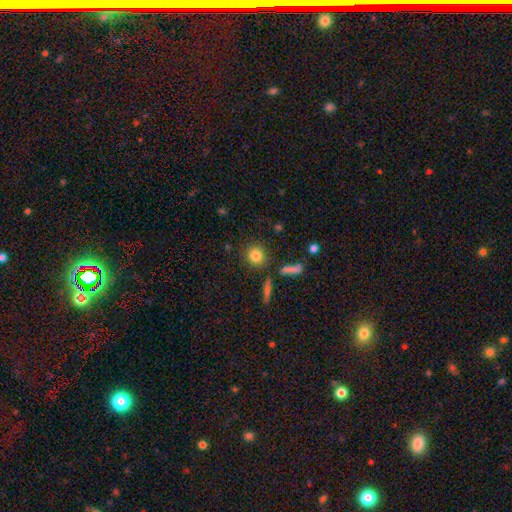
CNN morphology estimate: Smooth or featured? smooth (82%)
How rounded? round (87%)
Merging? none (83%)